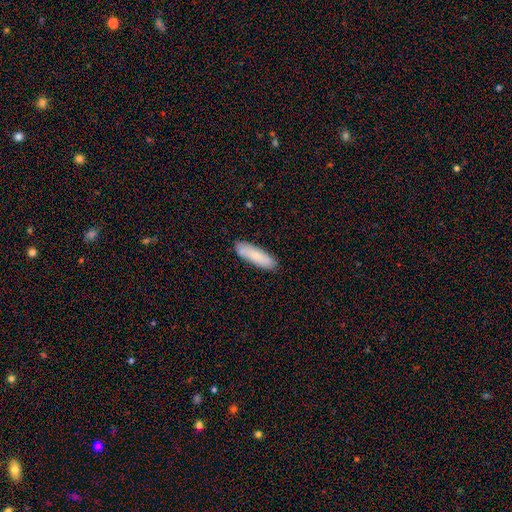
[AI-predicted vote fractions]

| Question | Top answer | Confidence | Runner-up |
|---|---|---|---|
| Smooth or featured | smooth | 76% | featured or disk (18%) |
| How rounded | cigar-shaped | 56% | in between (42%) |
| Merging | none | 85% | minor disturbance (11%) |